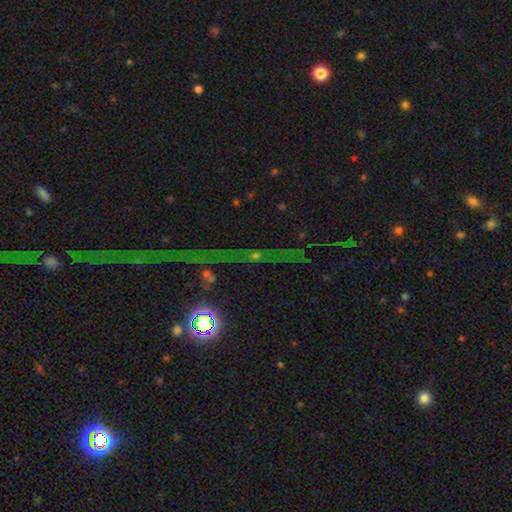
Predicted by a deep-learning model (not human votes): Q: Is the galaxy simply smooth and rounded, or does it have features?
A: star or artifact — 67%.